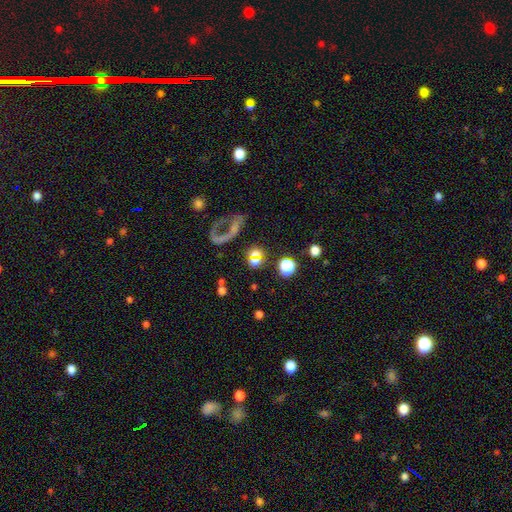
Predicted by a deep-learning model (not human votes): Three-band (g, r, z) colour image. It shows a smooth galaxy with no disk features (46%). Merging: none (54%).